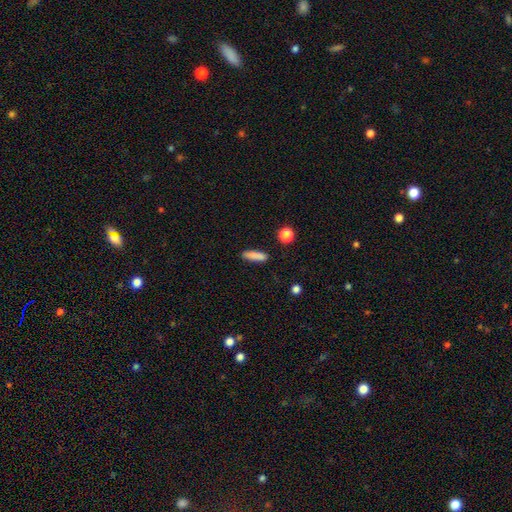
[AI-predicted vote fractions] Smooth or featured: smooth — 86% (star or artifact — 8%)
How rounded: cigar-shaped — 66% (in between — 32%)
Merging: none — 86% (minor disturbance — 10%)